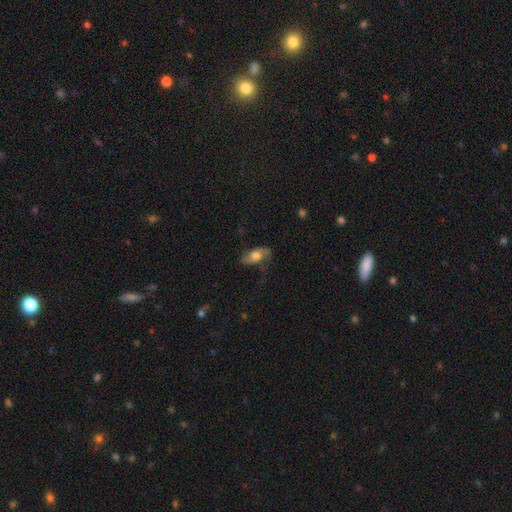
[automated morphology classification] Smooth or featured: smooth — 47% (featured or disk — 45%)
Merging: none — 60% (minor disturbance — 24%)